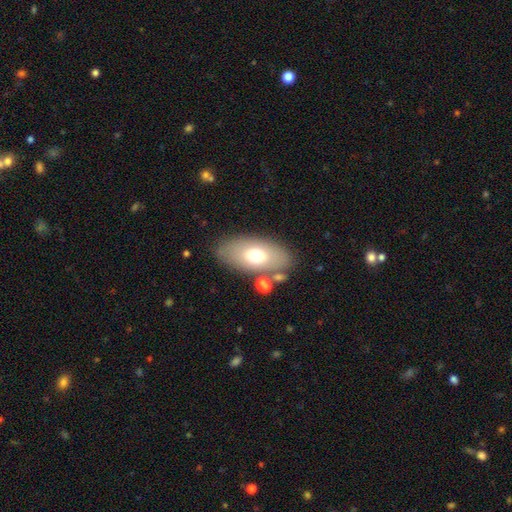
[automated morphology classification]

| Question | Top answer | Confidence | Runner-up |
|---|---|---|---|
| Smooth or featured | smooth | 66% | featured or disk (26%) |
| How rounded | in between | 91% | round (5%) |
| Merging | none | 76% | minor disturbance (12%) |